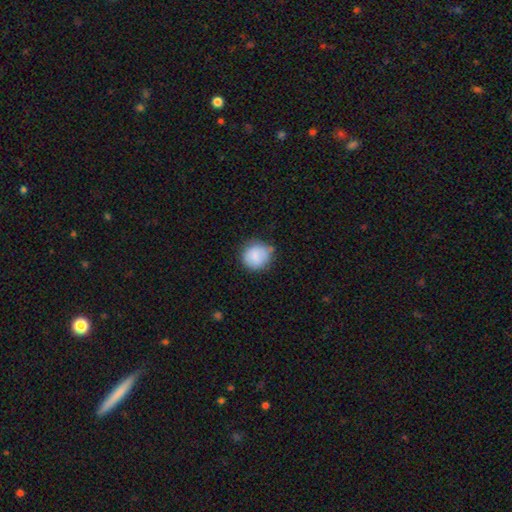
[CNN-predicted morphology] The model was most divided on "merging": none: 66%, minor disturbance: 26%, major disturbance: 5%, merger: 3%. More confident: how rounded — round (85%); smooth or featured — smooth (82%).